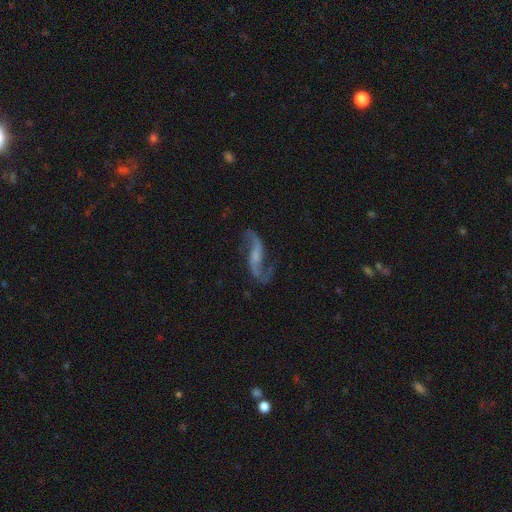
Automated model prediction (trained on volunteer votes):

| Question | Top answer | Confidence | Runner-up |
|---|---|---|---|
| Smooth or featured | featured or disk | 88% | star or artifact (6%) |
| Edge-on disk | no | 95% | yes (5%) |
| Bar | weak | 42% | no (30%) |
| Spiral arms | yes | 97% | no (3%) |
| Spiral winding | loose | 76% | medium (20%) |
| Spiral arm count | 2 | 93% | 1 (2%) |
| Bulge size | small | 40% | none (33%) |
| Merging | none | 74% | minor disturbance (14%) |